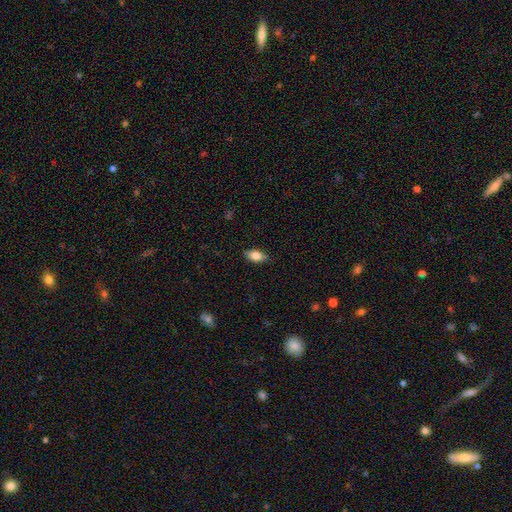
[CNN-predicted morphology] A smooth galaxy with no disk features (82%) that is in between round and cigar-shaped (89%).

Vote fractions:
- Smooth or featured? smooth: 82% / featured or disk: 11% / star or artifact: 7%
- How rounded? in between: 89% / cigar-shaped: 8% / round: 4%
- Merging? none: 86% / minor disturbance: 11% / major disturbance: 2% / merger: 1%